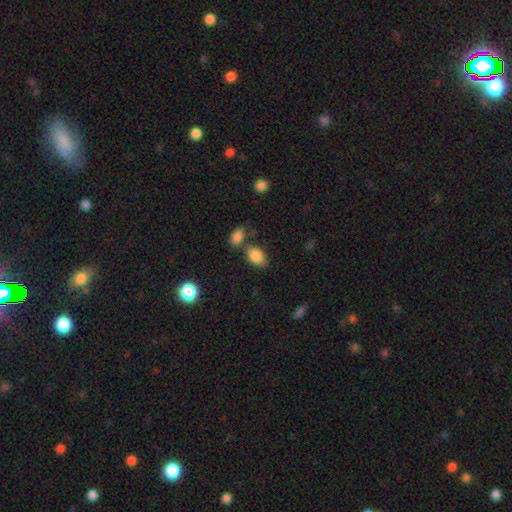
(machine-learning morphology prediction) This is clearly a smooth galaxy (85%). How rounded: clearly in between (85%). Merging: likely none (64%).